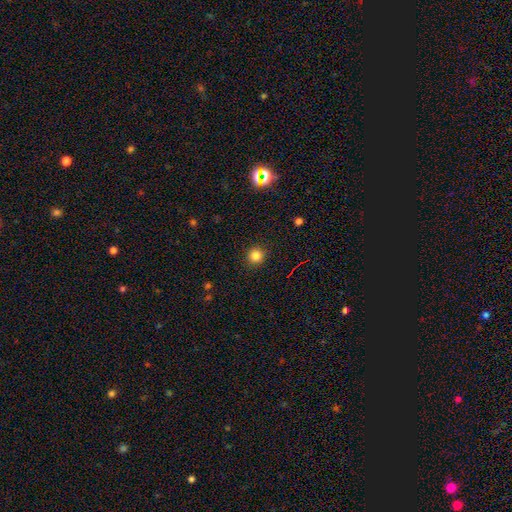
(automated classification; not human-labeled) Q: Smooth or featured?
A: smooth (81%); runner-up: star or artifact (14%)
Q: How rounded?
A: round (94%); runner-up: in between (5%)
Q: Merging?
A: none (91%); runner-up: minor disturbance (6%)